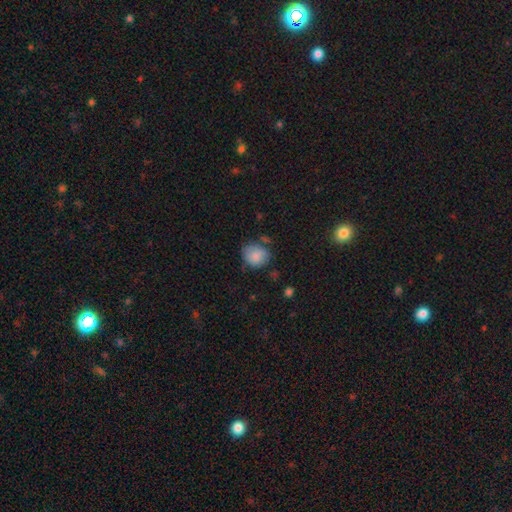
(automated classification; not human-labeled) Q: Smooth or featured?
A: smooth (82%); runner-up: featured or disk (10%)
Q: How rounded?
A: round (71%); runner-up: in between (28%)
Q: Merging?
A: none (64%); runner-up: minor disturbance (24%)